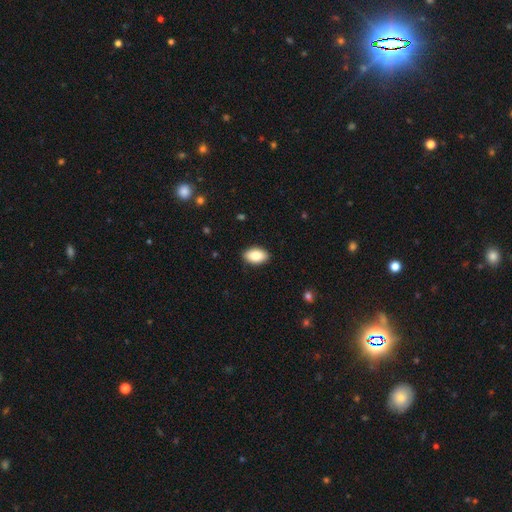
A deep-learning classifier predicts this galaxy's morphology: smooth_or_featured: smooth (p=0.88) [alt: star or artifact p=0.06]
how_rounded: in between (p=0.93) [alt: round p=0.05]
merging: none (p=0.89) [alt: minor disturbance p=0.08]